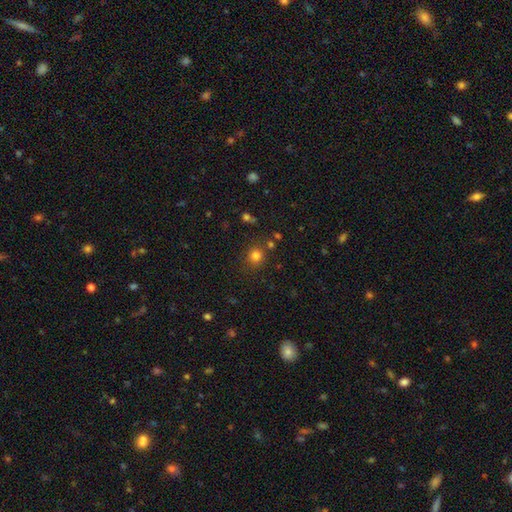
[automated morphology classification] A smooth galaxy with no disk features (79%) that is round (87%).

Vote fractions:
- Smooth or featured? smooth: 79% / star or artifact: 15% / featured or disk: 6%
- How rounded? round: 87% / in between: 12% / cigar-shaped: 1%
- Merging? none: 82% / minor disturbance: 9% / merger: 6% / major disturbance: 3%